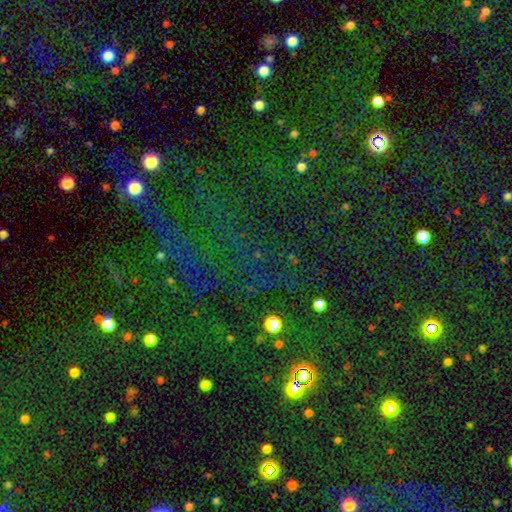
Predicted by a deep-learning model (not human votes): This is likely a star or artifact rather than a galaxy (75%).